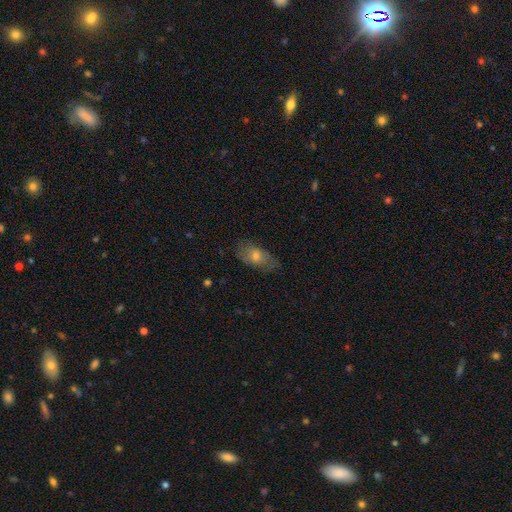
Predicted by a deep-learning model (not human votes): Morphology: type=smooth (60%); roundness=in between (85%); merging=none (74%).